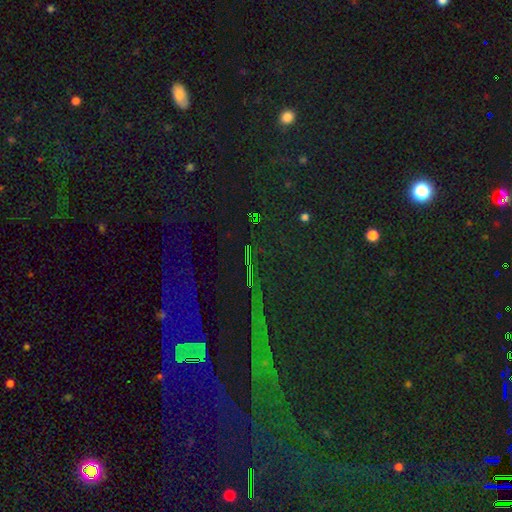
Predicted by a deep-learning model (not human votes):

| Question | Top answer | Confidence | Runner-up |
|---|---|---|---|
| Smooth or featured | star or artifact | 81% | smooth (11%) |